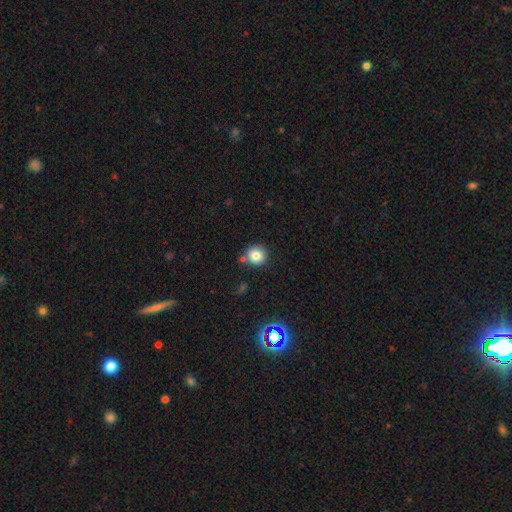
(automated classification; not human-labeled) Q: Smooth or featured?
A: smooth (81%); runner-up: star or artifact (12%)
Q: How rounded?
A: round (92%); runner-up: in between (7%)
Q: Merging?
A: none (80%); runner-up: minor disturbance (9%)